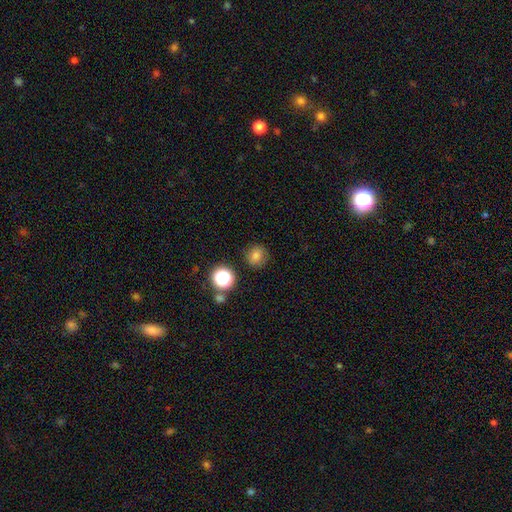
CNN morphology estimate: Q: Smooth or featured?
A: smooth (76%); runner-up: star or artifact (16%)
Q: How rounded?
A: round (87%); runner-up: in between (12%)
Q: Merging?
A: none (84%); runner-up: minor disturbance (10%)